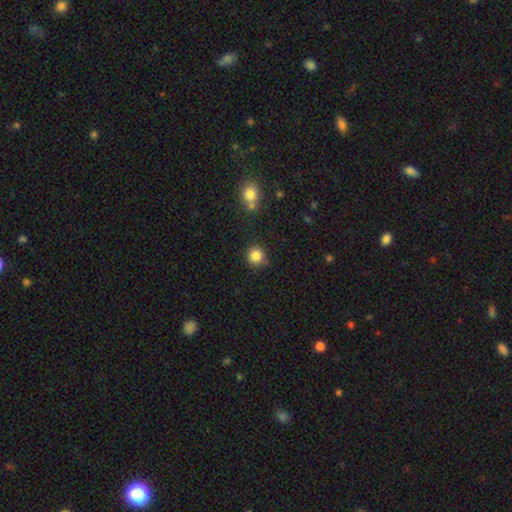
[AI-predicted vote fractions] A smooth galaxy with no disk features (84%) that is round (93%). Merging: none (81%).